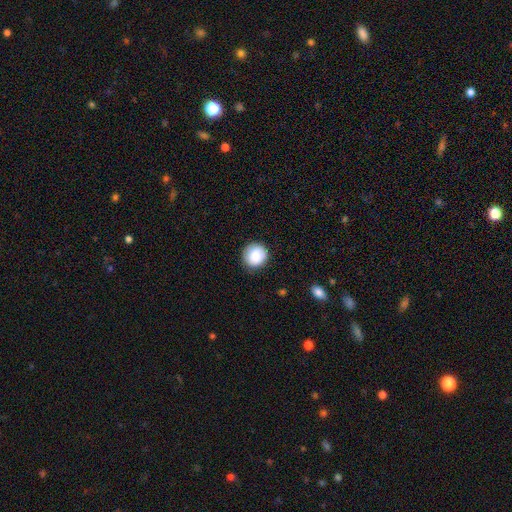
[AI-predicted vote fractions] smooth-or-featured: smooth: 85% | star or artifact: 8% | featured or disk: 7%
  how-rounded: round: 89% | in between: 10% | cigar-shaped: 1%
  merging: none: 83% | minor disturbance: 13% | major disturbance: 3% | merger: 1%